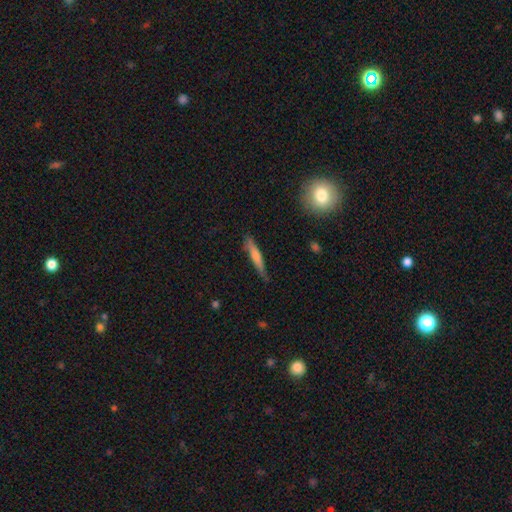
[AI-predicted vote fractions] Morphology: type=smooth (64%); roundness=cigar-shaped (92%); merging=none (74%).